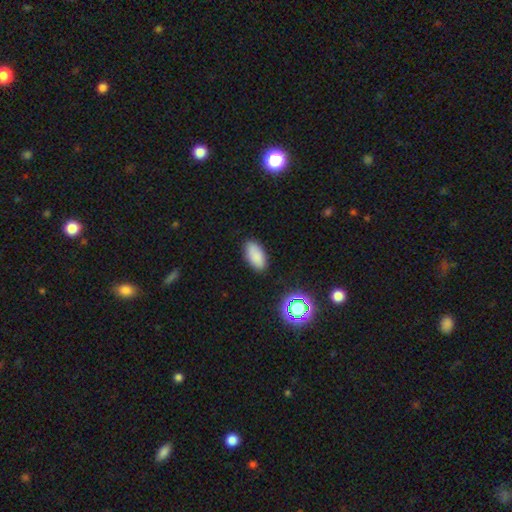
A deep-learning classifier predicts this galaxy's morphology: smooth-or-featured: smooth: 85% | star or artifact: 10% | featured or disk: 5%
  how-rounded: in between: 92% | cigar-shaped: 5% | round: 3%
  merging: none: 87% | minor disturbance: 9% | major disturbance: 2% | merger: 1%